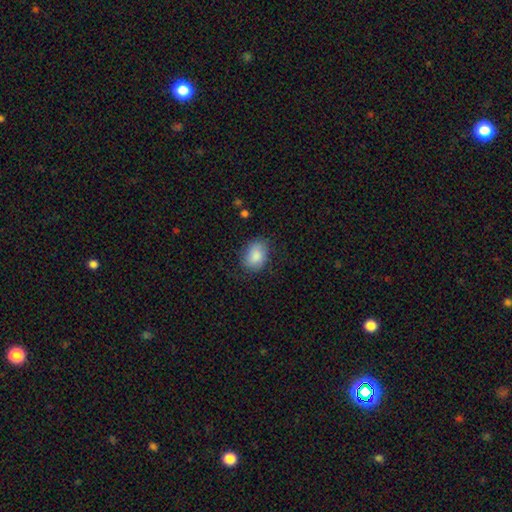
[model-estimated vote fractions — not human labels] smooth-or-featured: smooth: 87% | star or artifact: 7% | featured or disk: 7%
  how-rounded: in between: 74% | round: 25% | cigar-shaped: 1%
  merging: none: 73% | minor disturbance: 20% | major disturbance: 6% | merger: 1%